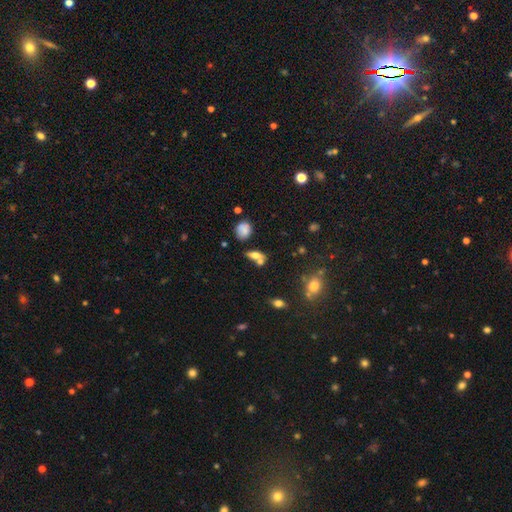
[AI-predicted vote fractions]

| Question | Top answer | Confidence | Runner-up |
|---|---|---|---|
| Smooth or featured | smooth | 66% | featured or disk (20%) |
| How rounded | in between | 70% | round (19%) |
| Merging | none | 41% | merger (40%) |